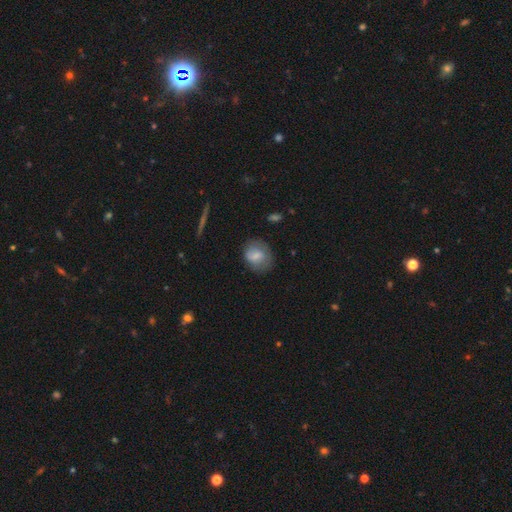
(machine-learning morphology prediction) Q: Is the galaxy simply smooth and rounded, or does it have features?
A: smooth — 68%.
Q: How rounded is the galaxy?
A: round — 55%.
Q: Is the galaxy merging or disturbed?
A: none — 66%.